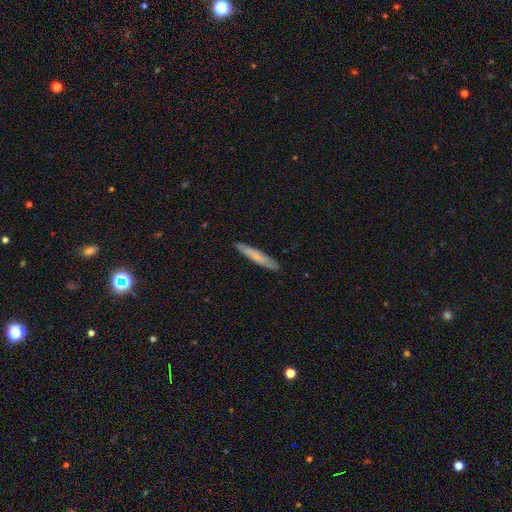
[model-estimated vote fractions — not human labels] Smooth or featured?
  - smooth: 66% *
  - featured or disk: 28%
  - star or artifact: 6%
How rounded?
  - cigar-shaped: 93% *
  - in between: 5%
  - round: 1%
Merging?
  - none: 89% *
  - minor disturbance: 9%
  - major disturbance: 2%
  - merger: 1%